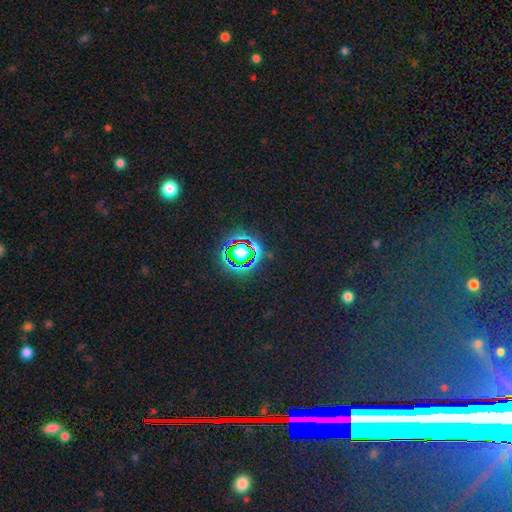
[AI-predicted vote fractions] Smooth or featured?
  - star or artifact: 78% *
  - smooth: 13%
  - featured or disk: 9%